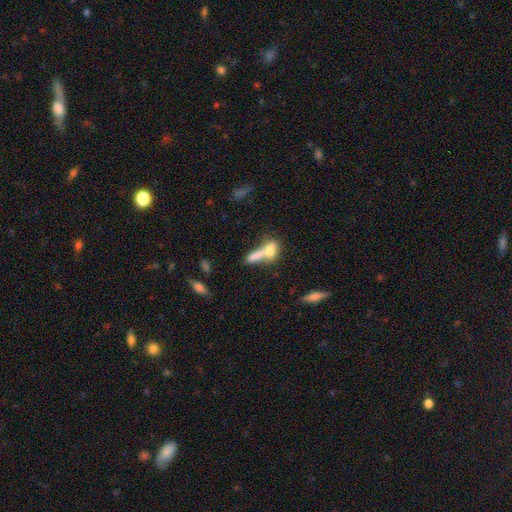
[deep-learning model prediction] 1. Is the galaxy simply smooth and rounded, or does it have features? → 72% smooth, 18% featured or disk, 9% star or artifact.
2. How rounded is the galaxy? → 52% in between, 35% cigar-shaped, 12% round.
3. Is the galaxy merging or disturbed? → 59% merger, 27% none, 8% minor disturbance, 6% major disturbance.